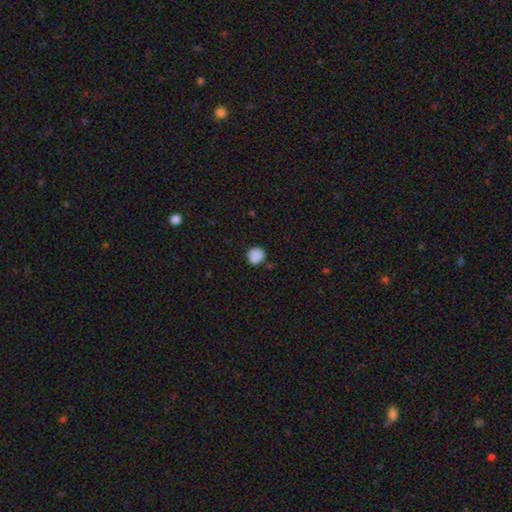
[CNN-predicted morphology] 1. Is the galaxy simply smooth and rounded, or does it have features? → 85% smooth, 10% star or artifact, 6% featured or disk.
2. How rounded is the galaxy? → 85% round, 14% in between, 1% cigar-shaped.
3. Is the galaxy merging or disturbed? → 72% none, 19% minor disturbance, 5% merger, 4% major disturbance.